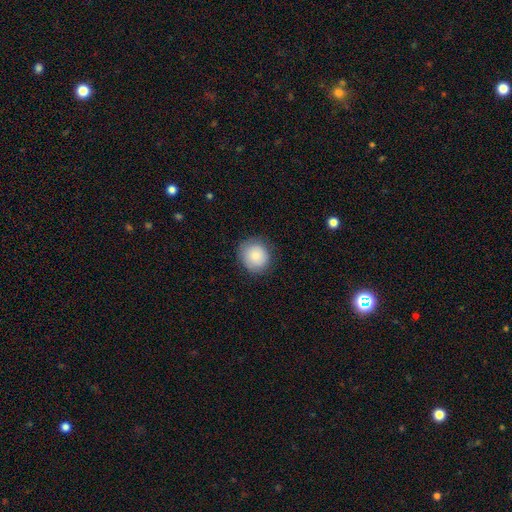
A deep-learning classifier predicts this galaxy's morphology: Smooth or featured? smooth (85%)
How rounded? round (88%)
Merging? none (84%)